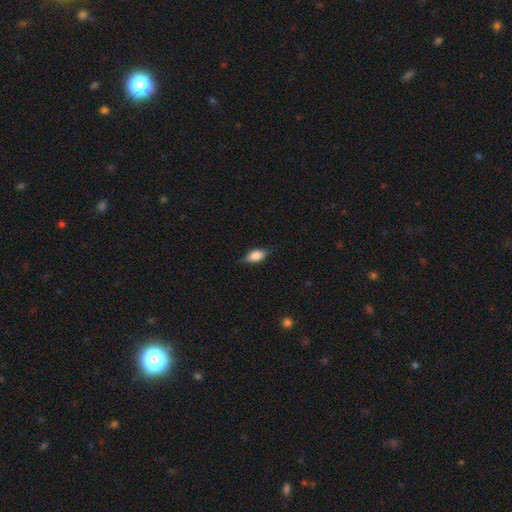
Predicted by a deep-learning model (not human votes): A smooth galaxy with no disk features (75%) that is in between round and cigar-shaped (84%).

Vote fractions:
- Smooth or featured? smooth: 75% / featured or disk: 18% / star or artifact: 7%
- How rounded? in between: 84% / cigar-shaped: 10% / round: 6%
- Merging? none: 74% / minor disturbance: 21% / major disturbance: 4% / merger: 1%